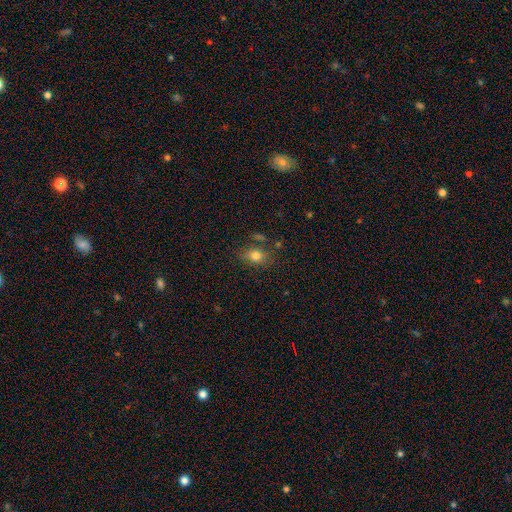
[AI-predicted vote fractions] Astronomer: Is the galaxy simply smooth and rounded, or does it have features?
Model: smooth — 77%.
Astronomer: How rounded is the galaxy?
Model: in between — 63%.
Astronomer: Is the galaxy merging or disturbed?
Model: none — 73%.